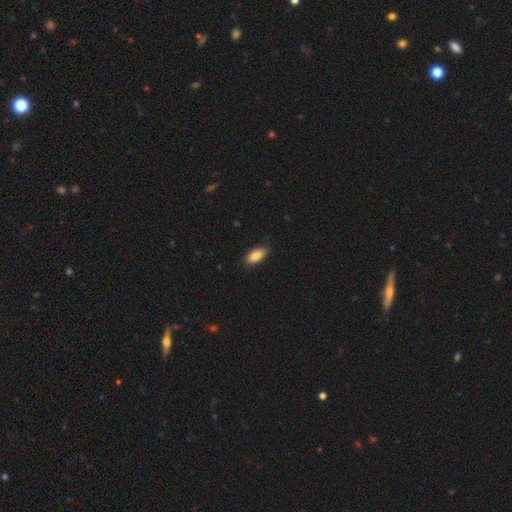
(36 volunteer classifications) Q: Smooth or featured?
A: smooth (94%); runner-up: featured or disk (6%)
Q: How rounded?
A: in between (88%); runner-up: round (6%)
Q: Merging?
A: none (78%); runner-up: minor disturbance (17%)